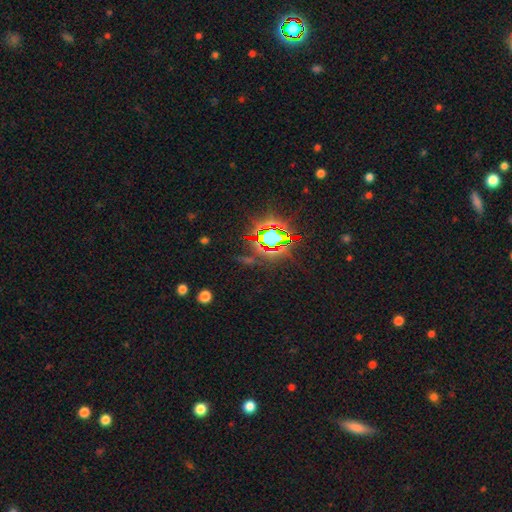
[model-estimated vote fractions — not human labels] Overall: star or artifact (83%).